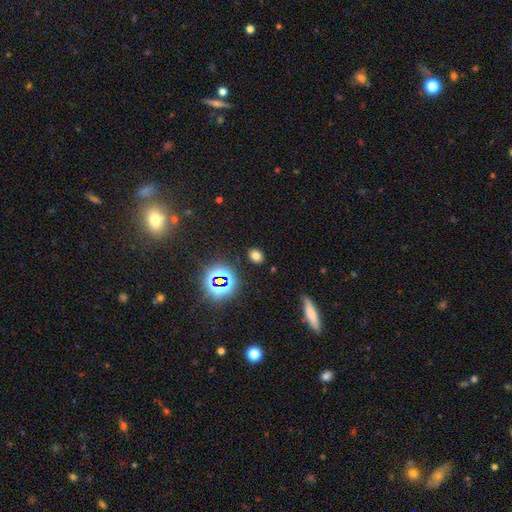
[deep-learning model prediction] A smooth galaxy with no disk features (68%) that is in between round and cigar-shaped (67%).

Vote fractions:
- Smooth or featured? smooth: 68% / star or artifact: 25% / featured or disk: 7%
- How rounded? in between: 67% / round: 31% / cigar-shaped: 2%
- Merging? none: 86% / minor disturbance: 9% / major disturbance: 3% / merger: 2%